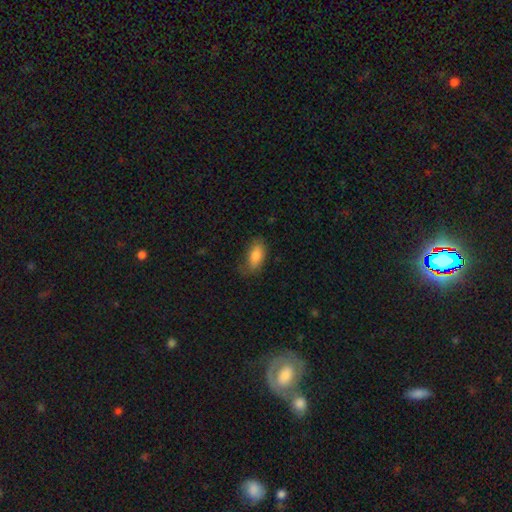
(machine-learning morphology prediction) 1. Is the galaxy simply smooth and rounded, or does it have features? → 84% smooth, 10% featured or disk, 7% star or artifact.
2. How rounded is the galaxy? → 89% in between, 8% cigar-shaped, 3% round.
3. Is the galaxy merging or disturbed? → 67% none, 24% minor disturbance, 7% major disturbance, 1% merger.